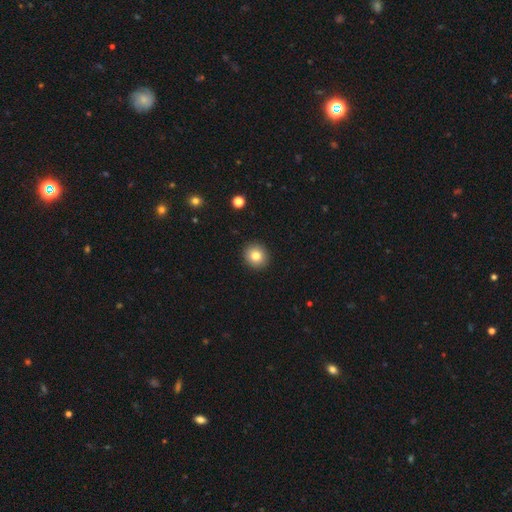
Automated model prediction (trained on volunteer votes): A smooth galaxy with no disk features (80%) that is round (88%).

Vote fractions:
- Smooth or featured? smooth: 80% / star or artifact: 10% / featured or disk: 9%
- How rounded? round: 88% / in between: 11% / cigar-shaped: 1%
- Merging? none: 92% / minor disturbance: 5% / major disturbance: 2% / merger: 1%